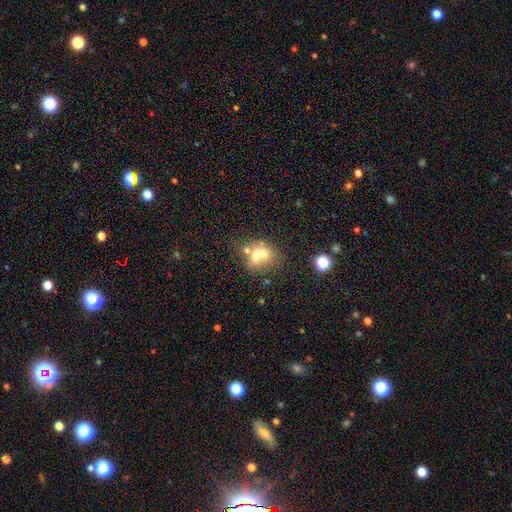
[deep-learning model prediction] Smooth or featured? smooth (56%)
How rounded? round (68%)
Merging? merger (56%)